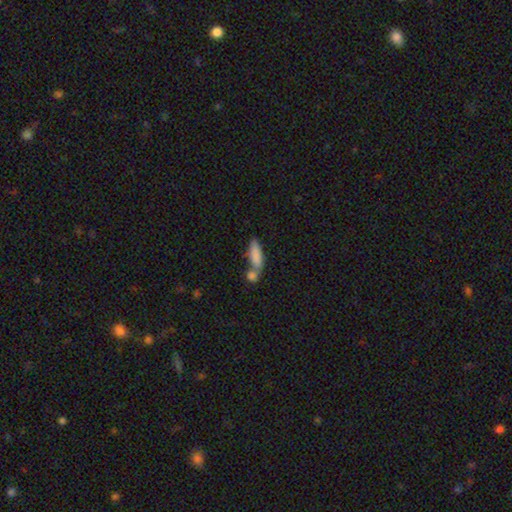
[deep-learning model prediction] A smooth galaxy with no disk features (81%) that is in between round and cigar-shaped (56%). Merging: merger (42%).